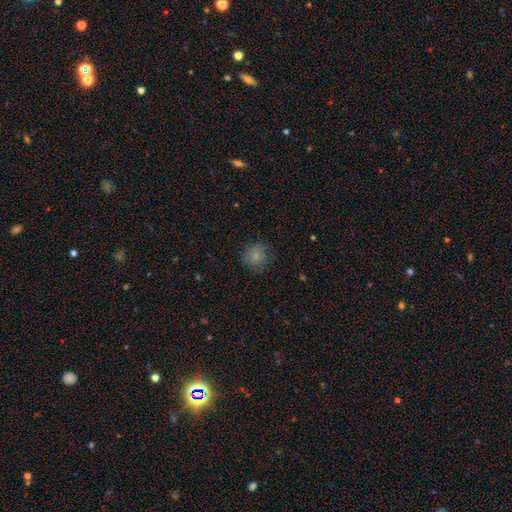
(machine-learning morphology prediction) Q: Smooth or featured?
A: smooth (81%); runner-up: star or artifact (11%)
Q: How rounded?
A: round (87%); runner-up: in between (12%)
Q: Merging?
A: none (78%); runner-up: minor disturbance (16%)